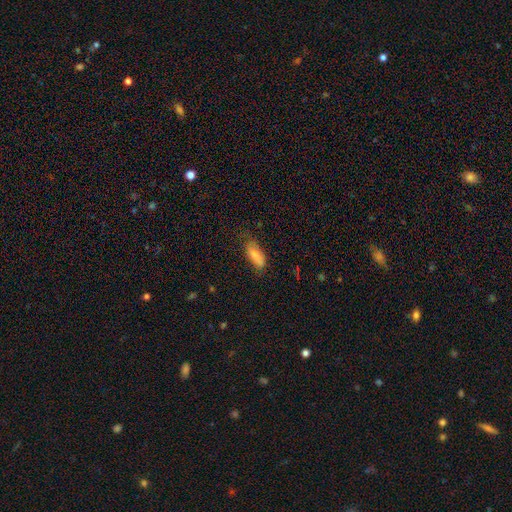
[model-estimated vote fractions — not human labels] smooth 81%, featured or disk 12%, star or artifact 7%. Down the decision tree: how rounded — in between (76%); merging — none (62%).